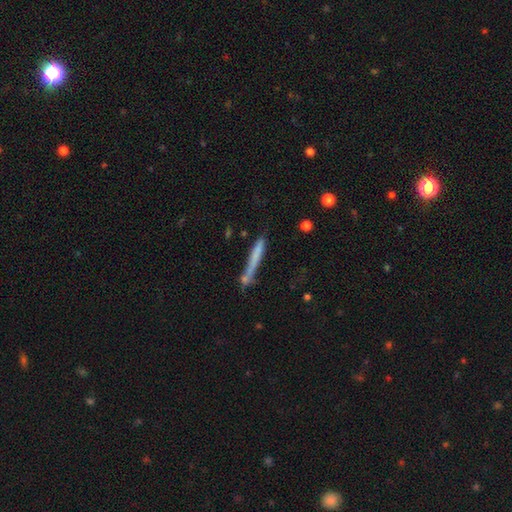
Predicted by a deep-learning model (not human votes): The model was most divided on "smooth or featured": smooth: 60%, featured or disk: 32%, star or artifact: 8%. More confident: how rounded — cigar-shaped (95%); merging — none (59%).